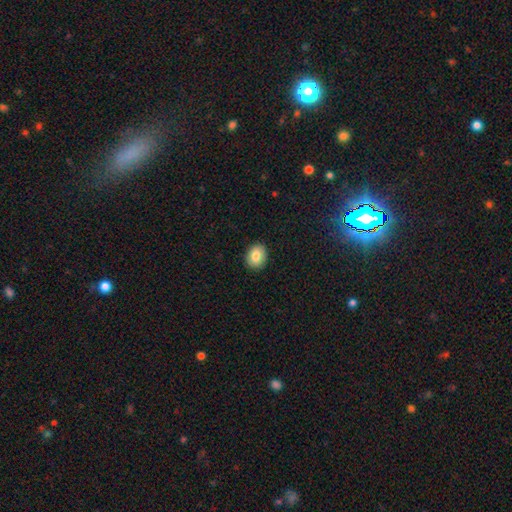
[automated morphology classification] Smooth or featured: smooth — 83% (featured or disk — 9%)
How rounded: in between — 50% (round — 49%)
Merging: none — 90% (minor disturbance — 7%)